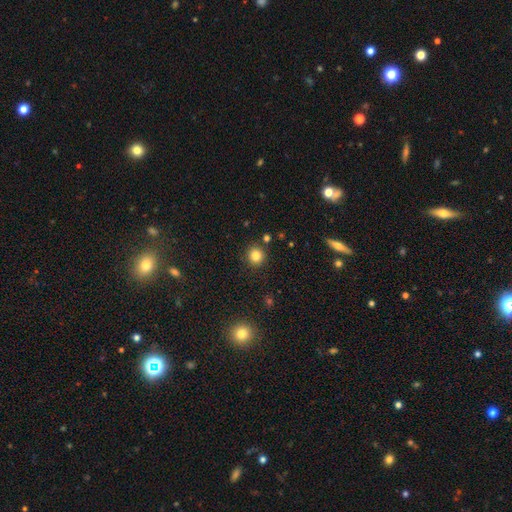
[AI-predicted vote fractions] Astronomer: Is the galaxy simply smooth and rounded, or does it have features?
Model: smooth — 82%.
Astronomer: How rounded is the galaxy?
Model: round — 92%.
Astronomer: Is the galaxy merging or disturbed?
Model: none — 88%.